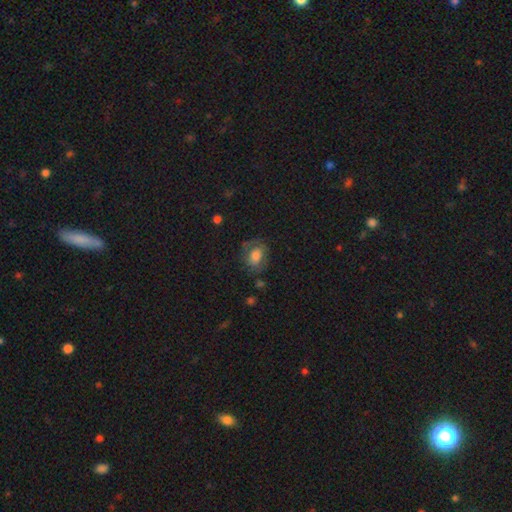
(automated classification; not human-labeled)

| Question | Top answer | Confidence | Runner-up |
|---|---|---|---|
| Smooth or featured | smooth | 63% | featured or disk (27%) |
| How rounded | in between | 60% | round (39%) |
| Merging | none | 62% | minor disturbance (22%) |